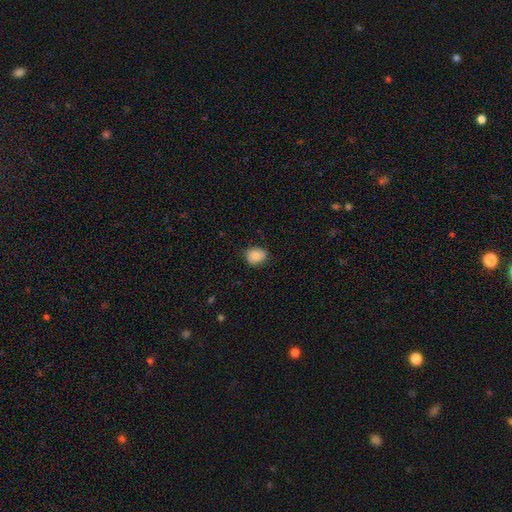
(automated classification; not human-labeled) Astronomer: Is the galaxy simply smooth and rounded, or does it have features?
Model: smooth — 84%.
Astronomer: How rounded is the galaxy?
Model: round — 55% (runner-up: in between, 44%).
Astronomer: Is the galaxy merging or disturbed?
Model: none — 78%.